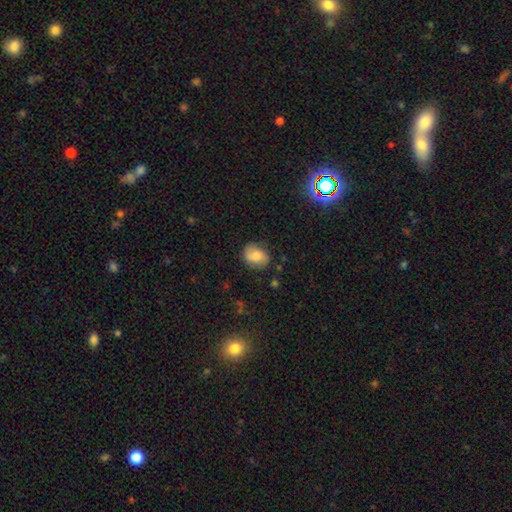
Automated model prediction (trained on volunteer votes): Smooth or featured? Predicted: smooth (p=0.70). How rounded? Predicted: in between (p=0.61). Merging? Predicted: none (p=0.74).